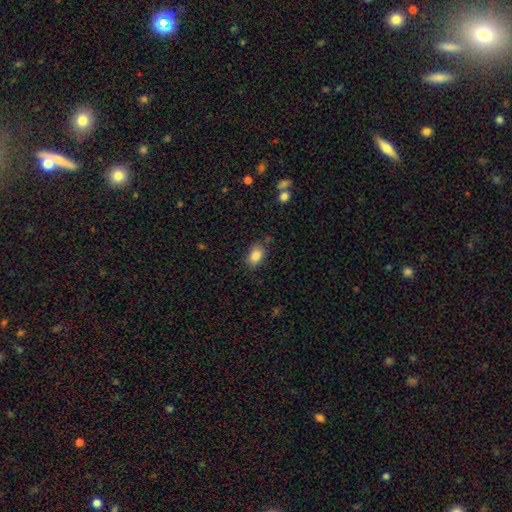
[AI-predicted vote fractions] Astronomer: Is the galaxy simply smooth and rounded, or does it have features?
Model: smooth — 86%.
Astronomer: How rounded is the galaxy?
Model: in between — 87%.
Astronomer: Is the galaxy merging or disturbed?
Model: none — 79%.